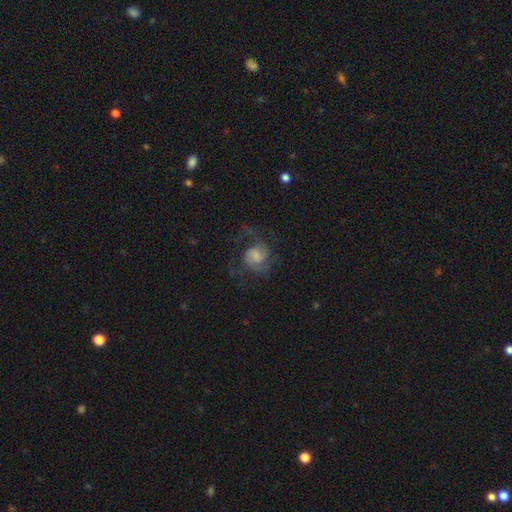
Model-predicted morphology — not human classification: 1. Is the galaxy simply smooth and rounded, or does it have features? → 72% featured or disk, 18% smooth, 9% star or artifact.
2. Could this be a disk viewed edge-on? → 98% no, 2% yes.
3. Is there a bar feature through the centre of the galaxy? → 60% no, 34% weak, 5% strong.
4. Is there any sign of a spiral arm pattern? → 92% yes, 8% no.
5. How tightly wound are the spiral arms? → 47% medium, 27% loose, 26% tight.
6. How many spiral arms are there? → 57% 2, 16% can't tell, 12% 3, 8% 1, 4% 4, 3% more than 4.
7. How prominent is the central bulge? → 34% small, 32% moderate, 17% none, 15% large, 3% dominant.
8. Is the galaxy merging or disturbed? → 58% none, 24% major disturbance, 16% minor disturbance, 2% merger.